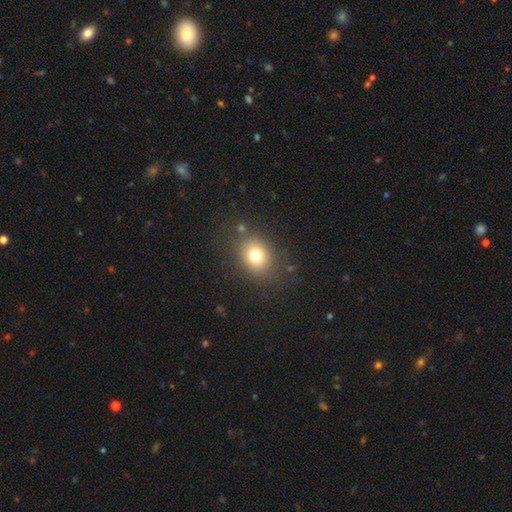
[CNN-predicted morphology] Overall: smooth (76%). How rounded: round (56%; in between 43%). Merging: none (81%).